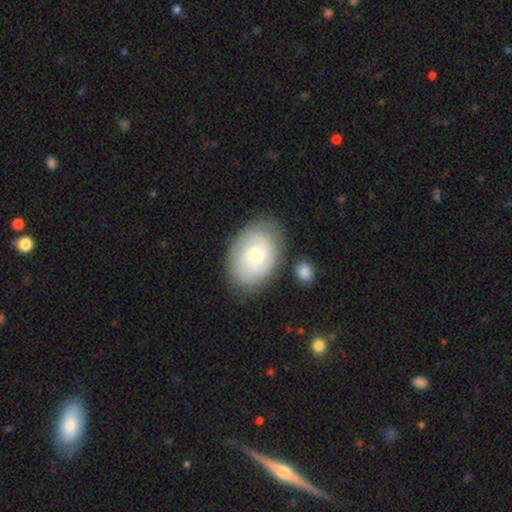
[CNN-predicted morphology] Q: Smooth or featured?
A: featured or disk (54%); runner-up: smooth (39%)
Q: Edge-on disk?
A: no (96%); runner-up: yes (4%)
Q: Bar?
A: no (69%); runner-up: weak (27%)
Q: Spiral arms?
A: yes (80%); runner-up: no (20%)
Q: Bulge size?
A: moderate (49%); runner-up: small (46%)
Q: Merging?
A: none (75%); runner-up: minor disturbance (15%)